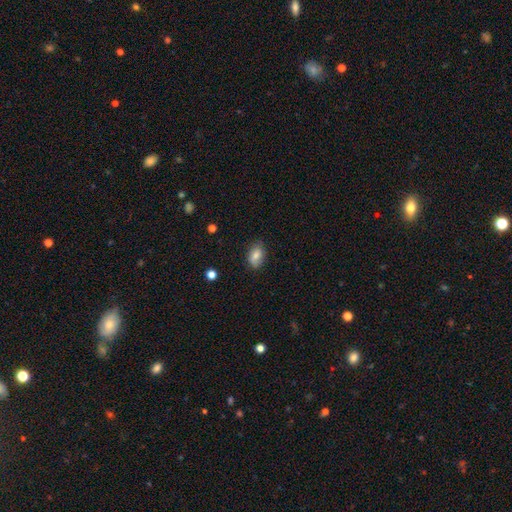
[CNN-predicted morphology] Smooth or featured? Predicted: smooth (p=0.81). How rounded? Predicted: in between (p=0.89). Merging? Predicted: none (p=0.74).